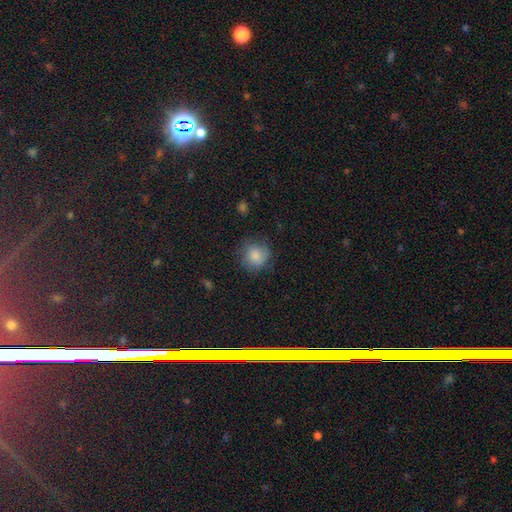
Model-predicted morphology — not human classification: This appears to be a smooth galaxy with no disk features (84%) that is round (86%). Merging: none (73%).